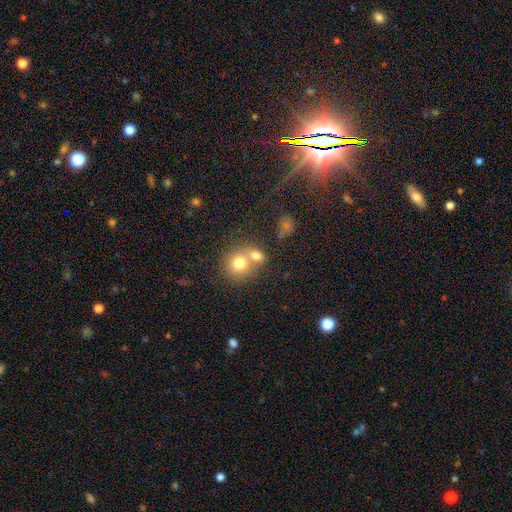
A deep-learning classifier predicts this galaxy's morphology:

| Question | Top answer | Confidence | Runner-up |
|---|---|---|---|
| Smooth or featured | smooth | 75% | featured or disk (14%) |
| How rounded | round | 66% | in between (32%) |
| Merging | merger | 54% | none (34%) |